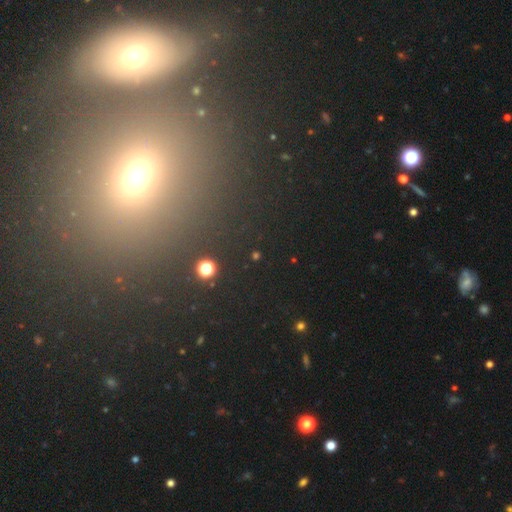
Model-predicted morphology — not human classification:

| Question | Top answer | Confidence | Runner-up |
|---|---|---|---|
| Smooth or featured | star or artifact | 59% | smooth (32%) |